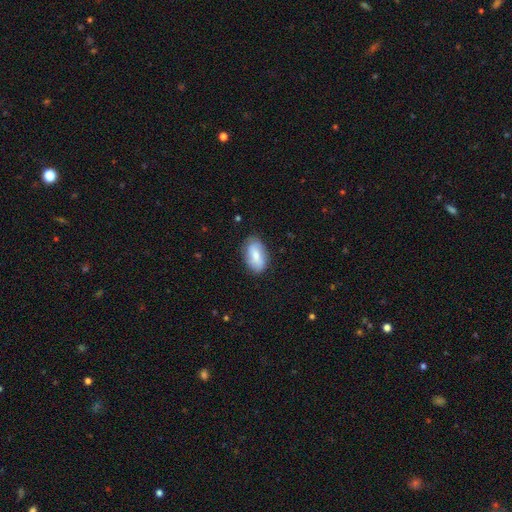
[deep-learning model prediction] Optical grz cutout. It shows a smooth galaxy with no disk features (68%) that is in between round and cigar-shaped (92%). Merging: none (79%).